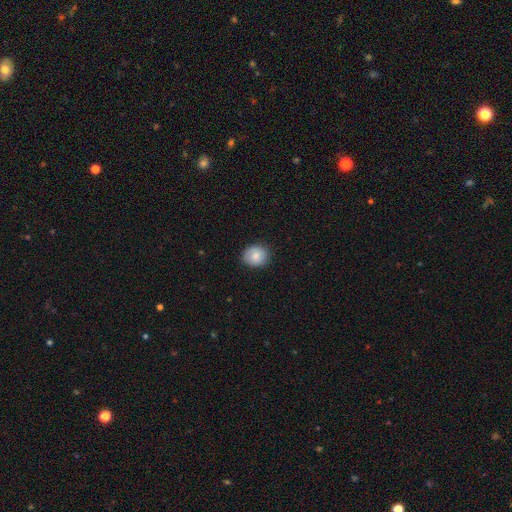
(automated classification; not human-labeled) A smooth galaxy with no disk features (83%) that is round (70%). Merging: none (84%).